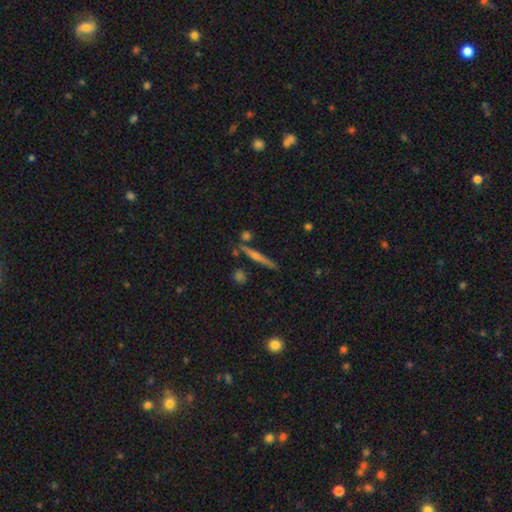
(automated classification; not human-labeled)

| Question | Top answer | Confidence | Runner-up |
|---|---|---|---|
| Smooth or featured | featured or disk | 64% | smooth (27%) |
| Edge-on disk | yes | 97% | no (3%) |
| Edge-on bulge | rounded | 72% | none (21%) |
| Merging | none | 82% | minor disturbance (10%) |